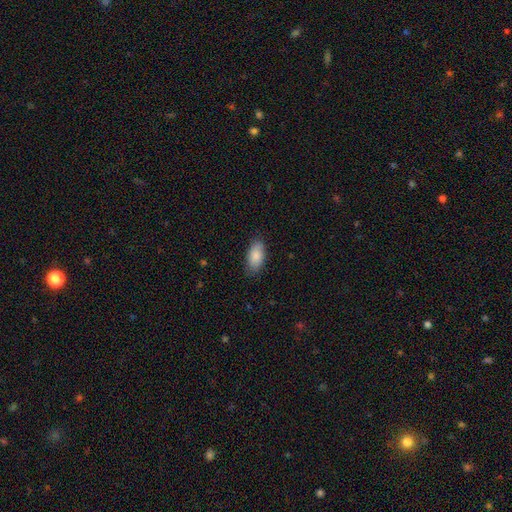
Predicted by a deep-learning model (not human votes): This appears to be a smooth galaxy with no disk features (86%) that is in between round and cigar-shaped (93%). Merging: none (82%).